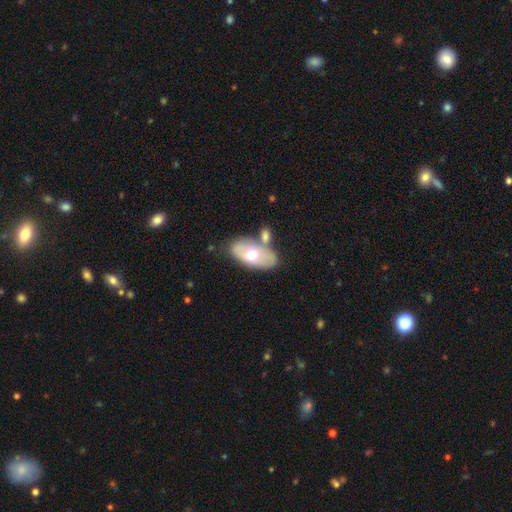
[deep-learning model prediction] A smooth galaxy with no disk features (52%) that is in between round and cigar-shaped (92%).

Vote fractions:
- Smooth or featured? smooth: 52% / featured or disk: 41% / star or artifact: 6%
- How rounded? in between: 92% / round: 4% / cigar-shaped: 3%
- Merging? none: 58% / merger: 23% / minor disturbance: 15% / major disturbance: 5%